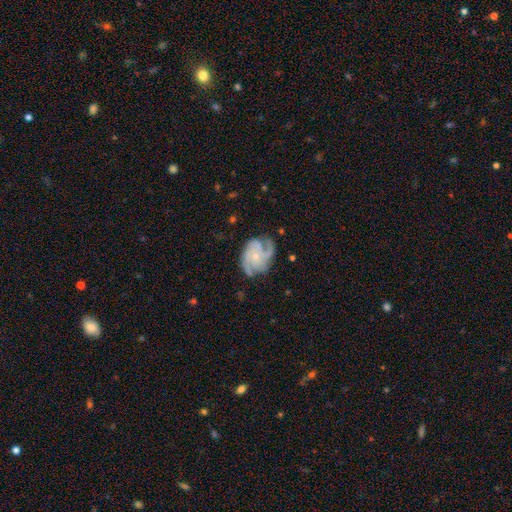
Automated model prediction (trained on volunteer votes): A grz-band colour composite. It shows a featured or disk galaxy (86%) with no bar (76%), 3 (46%) medium (45%) spiral arms (97%) and a small central bulge (73%). Merging: none (69%).